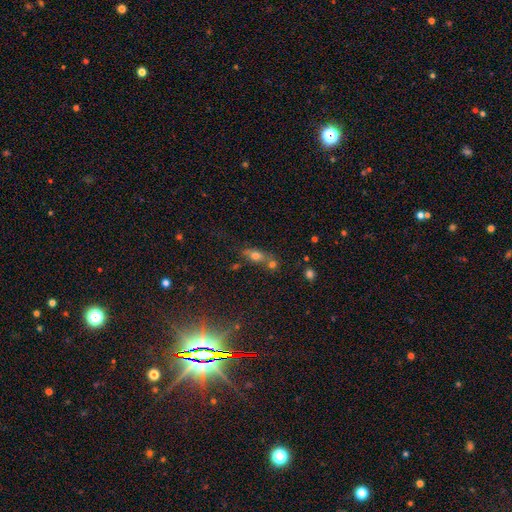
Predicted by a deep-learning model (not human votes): Q: Smooth or featured?
A: smooth (66%); runner-up: featured or disk (20%)
Q: How rounded?
A: in between (60%); runner-up: round (23%)
Q: Merging?
A: none (43%); runner-up: merger (40%)